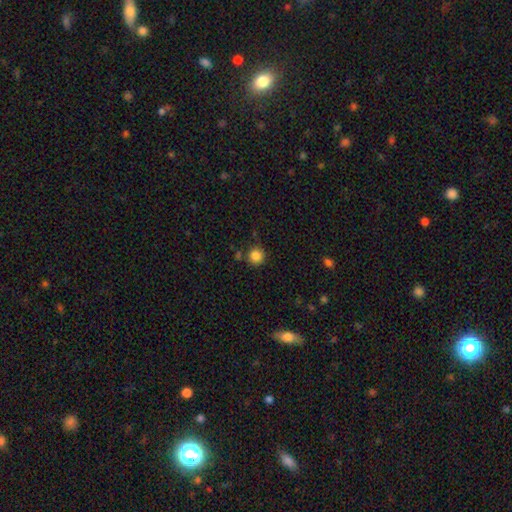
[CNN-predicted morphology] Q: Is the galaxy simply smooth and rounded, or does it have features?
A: smooth — 85%.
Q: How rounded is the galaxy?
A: round — 94%.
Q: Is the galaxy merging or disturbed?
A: none — 80%.